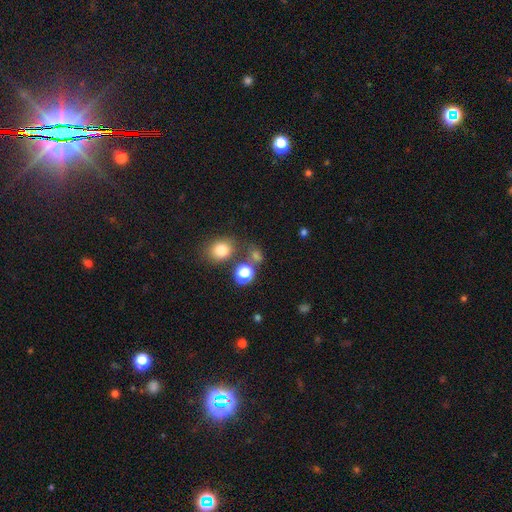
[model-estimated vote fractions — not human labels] Q: Smooth or featured?
A: smooth (61%); runner-up: star or artifact (29%)
Q: How rounded?
A: round (65%); runner-up: in between (33%)
Q: Merging?
A: none (66%); runner-up: merger (16%)